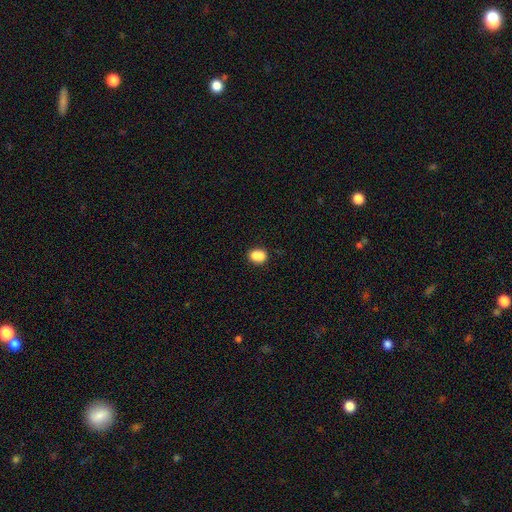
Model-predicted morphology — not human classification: type=smooth (82%); roundness=in between (58%); merging=none (58%).